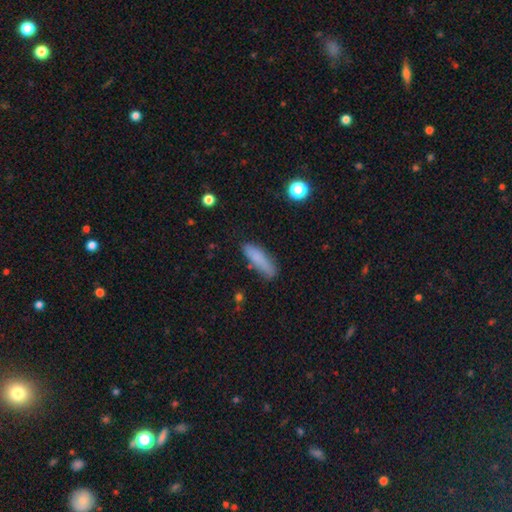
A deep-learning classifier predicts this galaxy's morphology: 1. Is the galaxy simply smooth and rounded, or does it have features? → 81% smooth, 10% featured or disk, 9% star or artifact.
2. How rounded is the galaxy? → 69% cigar-shaped, 29% in between, 2% round.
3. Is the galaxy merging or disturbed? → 78% none, 16% minor disturbance, 4% major disturbance, 2% merger.